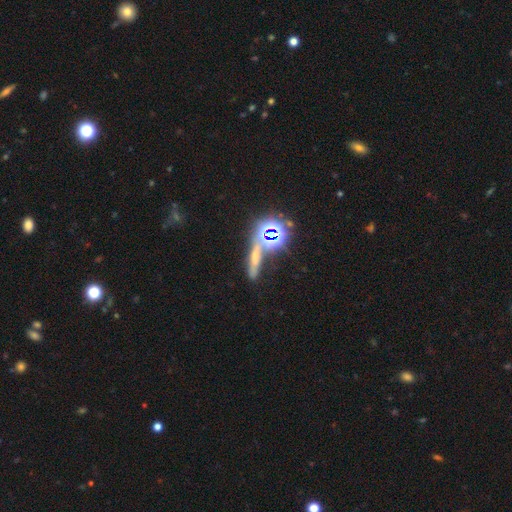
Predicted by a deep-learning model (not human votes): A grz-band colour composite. It shows a star or artifact, not a galaxy (43%).